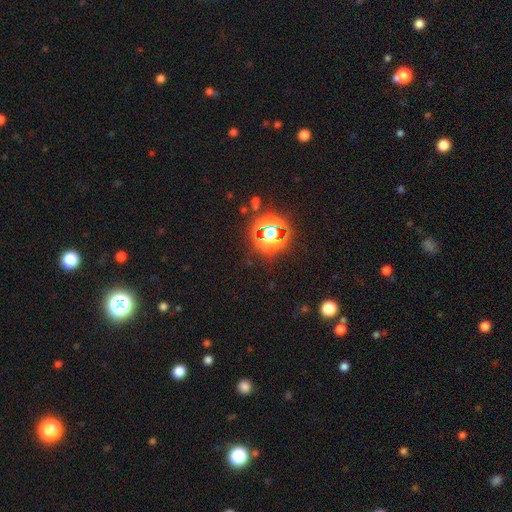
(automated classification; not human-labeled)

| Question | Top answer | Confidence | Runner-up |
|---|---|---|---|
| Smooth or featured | star or artifact | 80% | smooth (14%) |